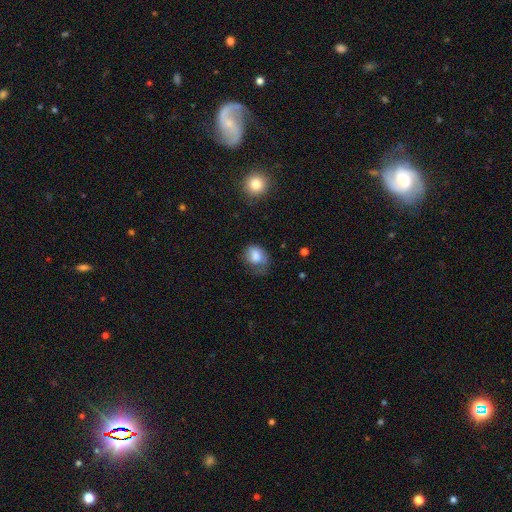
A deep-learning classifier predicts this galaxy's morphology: A smooth galaxy with no disk features (79%) that is in between round and cigar-shaped (59%).

Vote fractions:
- Smooth or featured? smooth: 79% / featured or disk: 12% / star or artifact: 9%
- How rounded? in between: 59% / round: 40% / cigar-shaped: 1%
- Merging? none: 39% / minor disturbance: 34% / major disturbance: 24% / merger: 2%